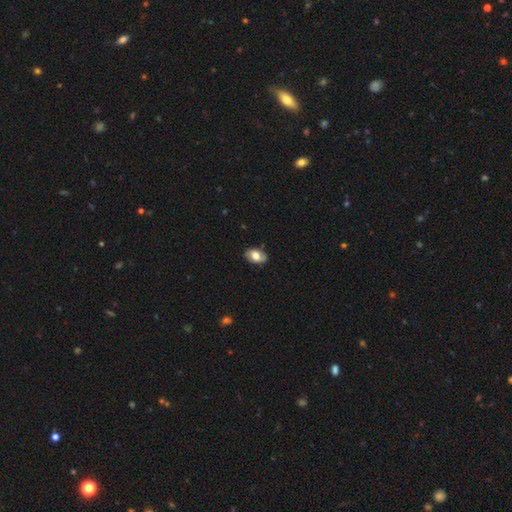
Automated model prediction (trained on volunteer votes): Q: Smooth or featured?
A: smooth (67%); runner-up: featured or disk (25%)
Q: How rounded?
A: in between (90%); runner-up: round (8%)
Q: Merging?
A: none (83%); runner-up: minor disturbance (14%)